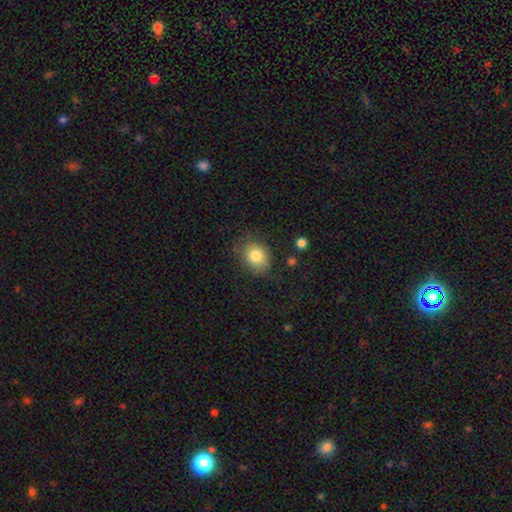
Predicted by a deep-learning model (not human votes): smooth_or_featured: smooth (p=0.82) [alt: star or artifact p=0.10]
how_rounded: round (p=0.56) [alt: in between p=0.43]
merging: none (p=0.76) [alt: minor disturbance p=0.17]